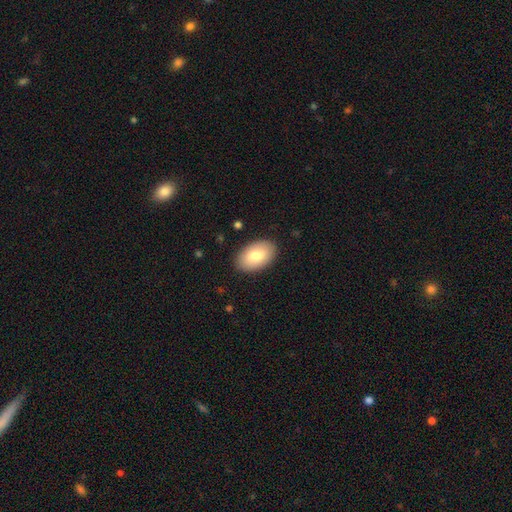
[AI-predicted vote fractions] A smooth galaxy with no disk features (80%) that is in between round and cigar-shaped (94%). Merging: none (88%).